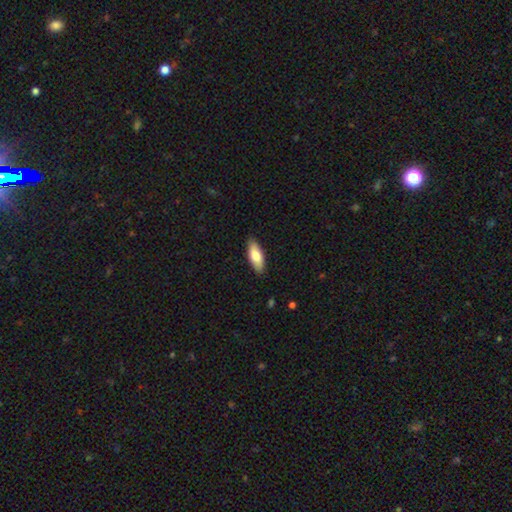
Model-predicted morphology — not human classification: Smooth or featured?
  - smooth: 78% *
  - featured or disk: 17%
  - star or artifact: 5%
How rounded?
  - in between: 74% *
  - cigar-shaped: 24%
  - round: 2%
Merging?
  - none: 88% *
  - minor disturbance: 9%
  - major disturbance: 2%
  - merger: 1%